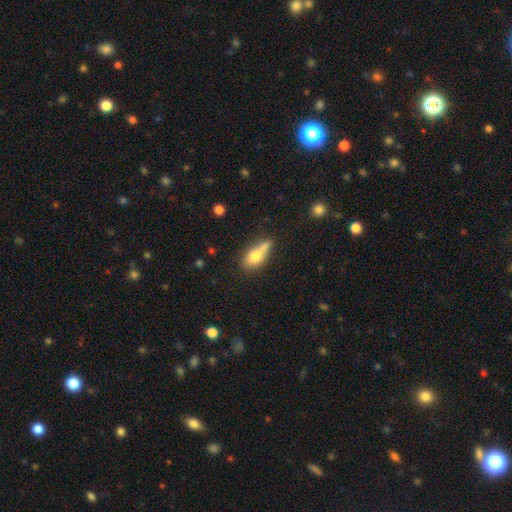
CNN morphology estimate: Overall: smooth (72%). How rounded: in between (75%). Merging: none (35%; merger 33%).